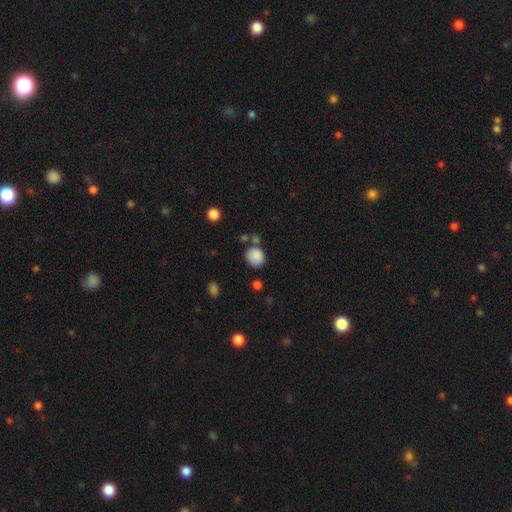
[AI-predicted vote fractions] Overall: smooth (86%). How rounded: round (69%; in between 30%). Merging: none (66%).